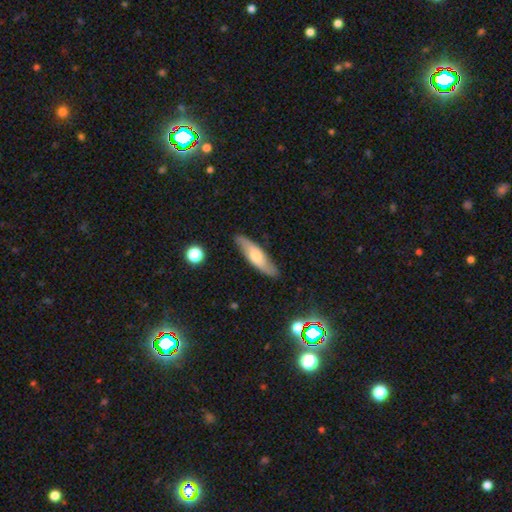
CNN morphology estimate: A featured or disk galaxy (47%). Merging: none (85%).